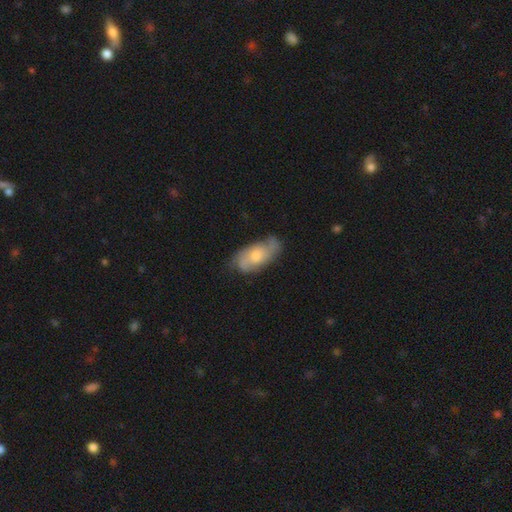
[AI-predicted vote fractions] Q: Smooth or featured?
A: featured or disk (58%); runner-up: smooth (36%)
Q: Edge-on disk?
A: no (92%); runner-up: yes (8%)
Q: Bar?
A: no (67%); runner-up: weak (29%)
Q: Spiral arms?
A: yes (87%); runner-up: no (13%)
Q: Bulge size?
A: moderate (53%); runner-up: small (25%)
Q: Merging?
A: none (64%); runner-up: minor disturbance (26%)